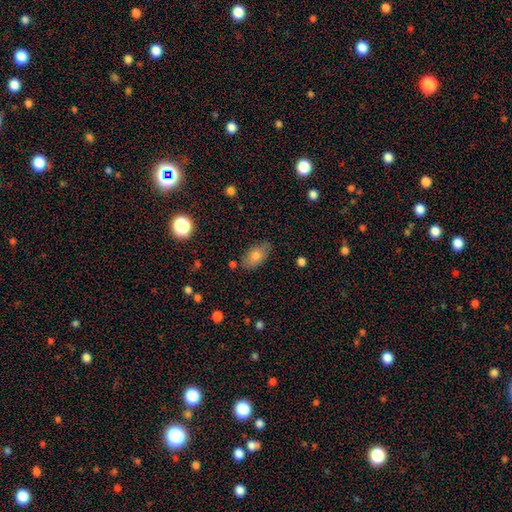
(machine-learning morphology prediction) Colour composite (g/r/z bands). It shows a smooth galaxy with no disk features (72%) that is in between round and cigar-shaped (89%). Merging: none (79%).